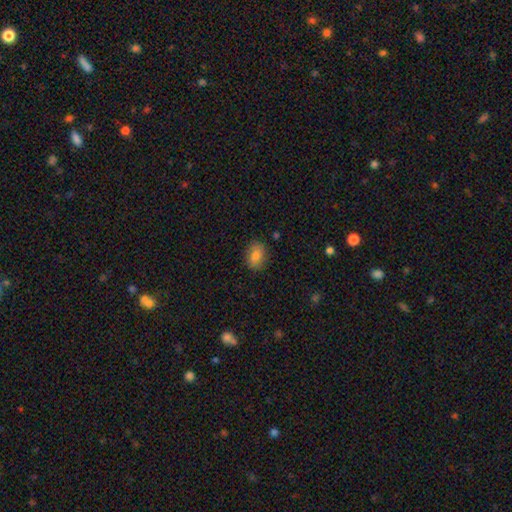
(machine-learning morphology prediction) This is clearly a smooth galaxy (81%). How rounded: likely in between (67%). Merging: clearly none (84%).